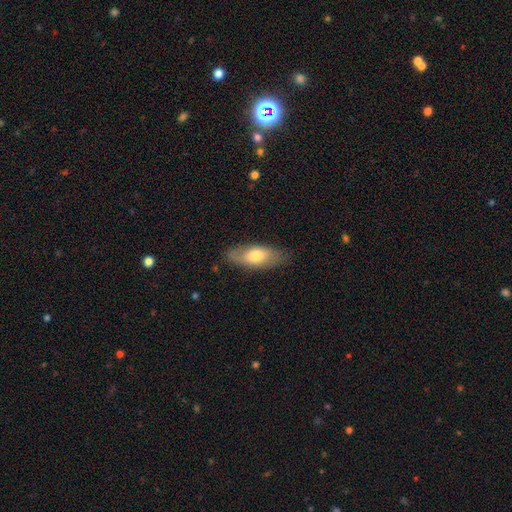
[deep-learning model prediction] This appears to be a smooth galaxy with no disk features (65%) that is in between round and cigar-shaped (78%). Merging: none (79%).